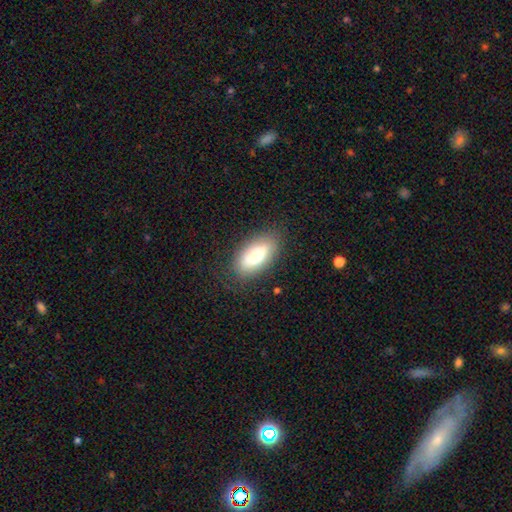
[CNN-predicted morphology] Overall: smooth (74%). How rounded: in between (89%). Merging: none (82%).